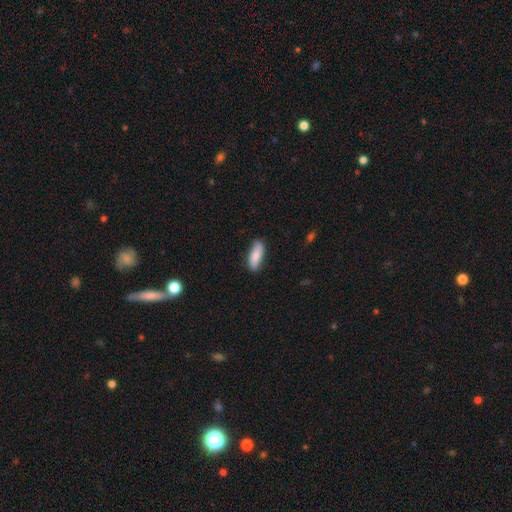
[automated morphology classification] Overall: smooth (80%). How rounded: in between (61%; cigar-shaped 37%). Merging: none (84%).